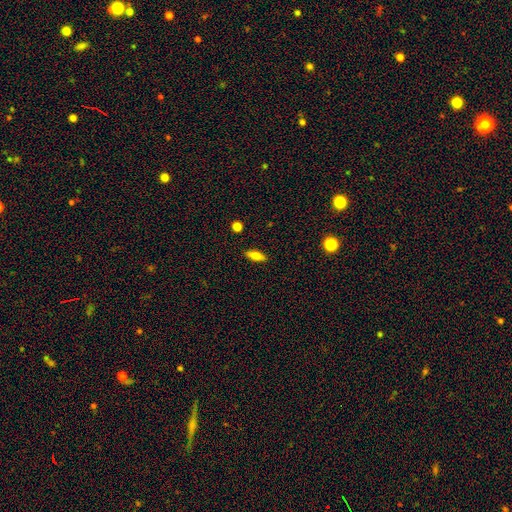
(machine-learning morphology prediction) A smooth galaxy with no disk features (74%) that is in between round and cigar-shaped (67%). Merging: none (88%).